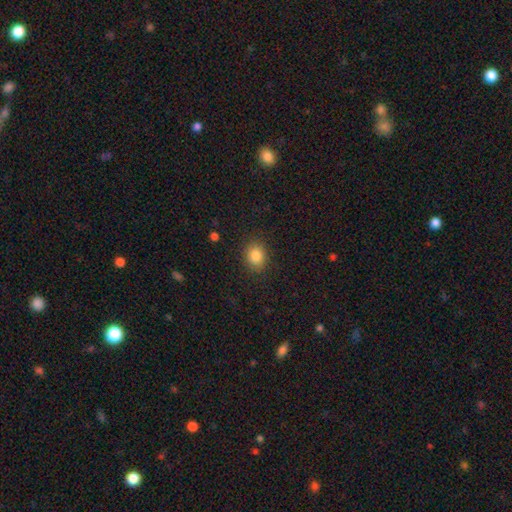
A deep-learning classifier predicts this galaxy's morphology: Smooth or featured? smooth (85%)
How rounded? round (57%)
Merging? none (87%)